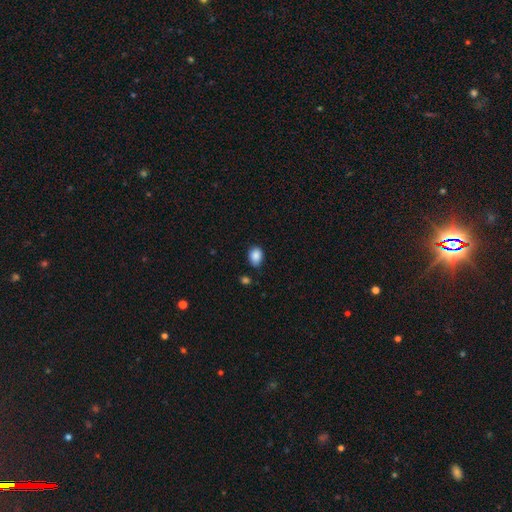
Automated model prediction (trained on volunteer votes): smooth_or_featured: smooth (p=0.88) [alt: star or artifact p=0.08]
how_rounded: in between (p=0.69) [alt: round p=0.30]
merging: none (p=0.77) [alt: minor disturbance p=0.18]